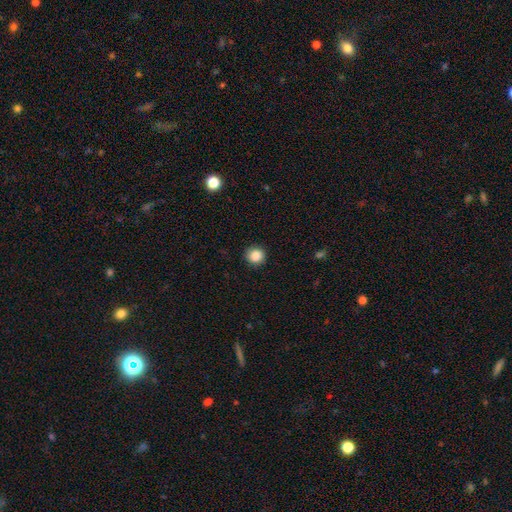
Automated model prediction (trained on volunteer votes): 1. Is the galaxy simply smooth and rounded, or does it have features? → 87% smooth, 10% star or artifact, 3% featured or disk.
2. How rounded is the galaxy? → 91% round, 8% in between, 1% cigar-shaped.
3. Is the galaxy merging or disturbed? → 90% none, 7% minor disturbance, 2% major disturbance, 1% merger.